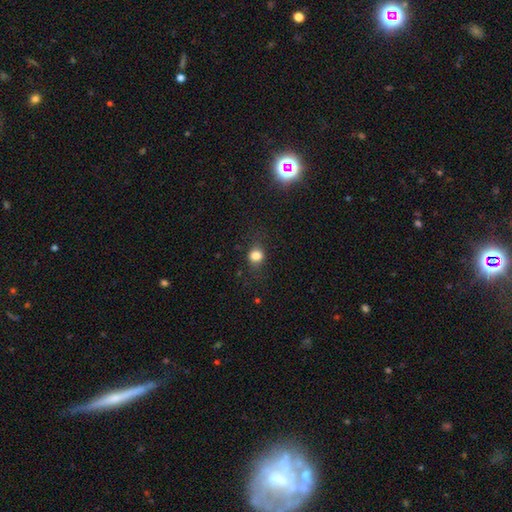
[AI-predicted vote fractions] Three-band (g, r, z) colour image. It shows a smooth galaxy with no disk features (78%) that is round (64%). Merging: none (74%).